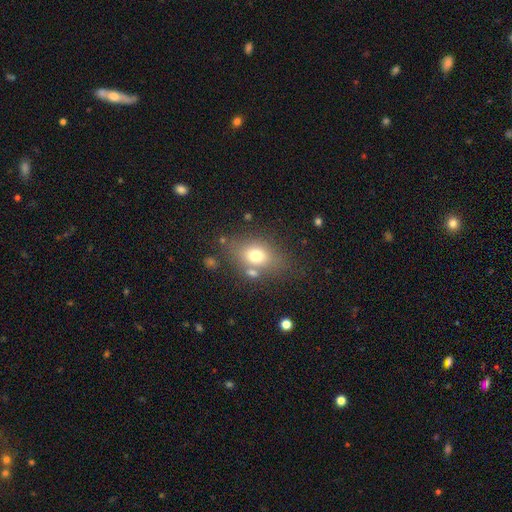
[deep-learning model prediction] Smooth or featured: smooth — 71% (featured or disk — 17%)
How rounded: in between — 70% (round — 28%)
Merging: none — 65% (minor disturbance — 15%)